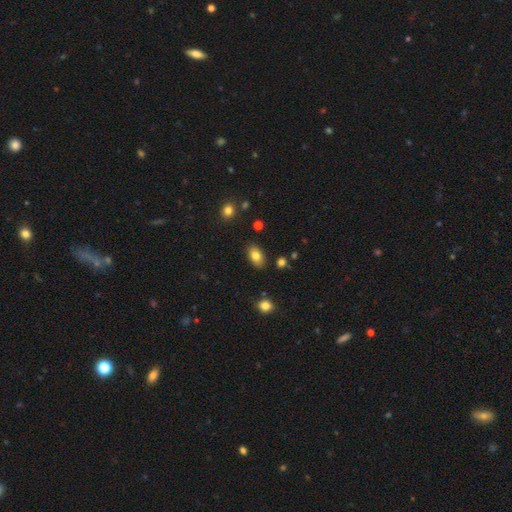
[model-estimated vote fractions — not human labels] smooth 79%, featured or disk 12%, star or artifact 9%. Down the decision tree: how rounded — in between (90%); merging — none (85%).